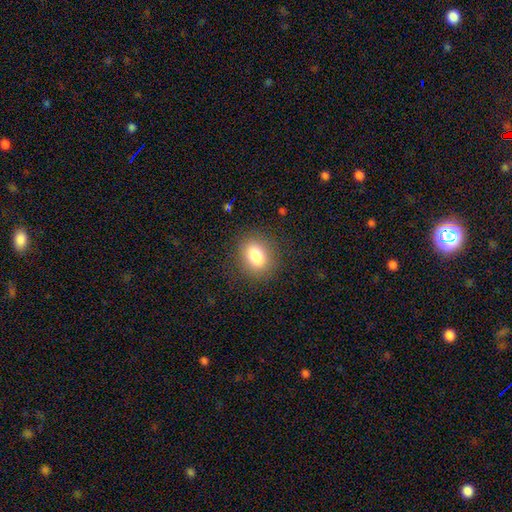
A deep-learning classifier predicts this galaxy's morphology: This is clearly a smooth galaxy (83%). How rounded: possibly in between (55%). Merging: clearly none (85%).